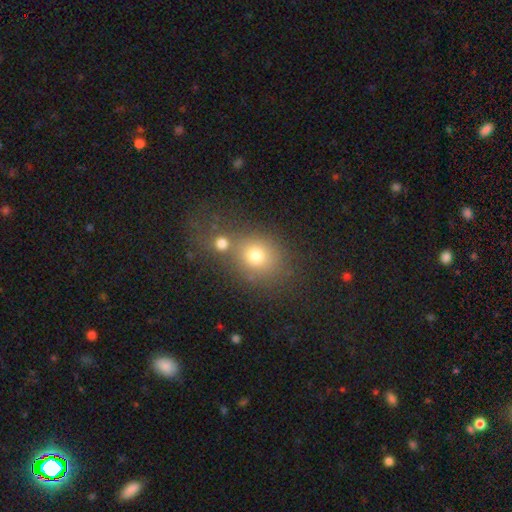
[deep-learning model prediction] Smooth or featured?
  - smooth: 73% *
  - star or artifact: 15%
  - featured or disk: 12%
How rounded?
  - round: 64% *
  - in between: 35%
  - cigar-shaped: 1%
Merging?
  - none: 46% *
  - merger: 35%
  - minor disturbance: 11%
  - major disturbance: 7%